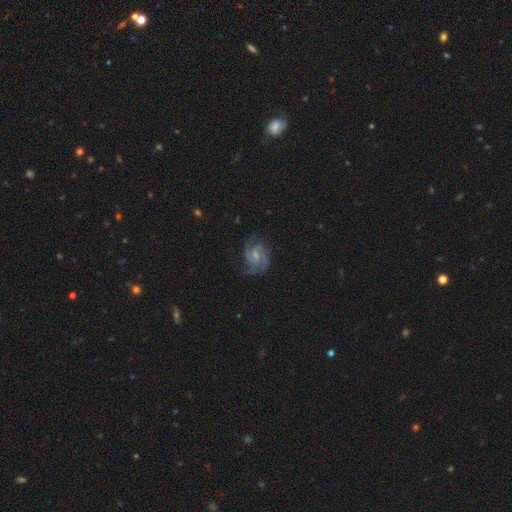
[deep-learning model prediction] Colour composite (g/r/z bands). It shows a featured or disk galaxy (87%) with a weak bar (55%), 2 (68%) medium (52%) spiral arms (98%) and a small central bulge (53%). Merging: none (73%).